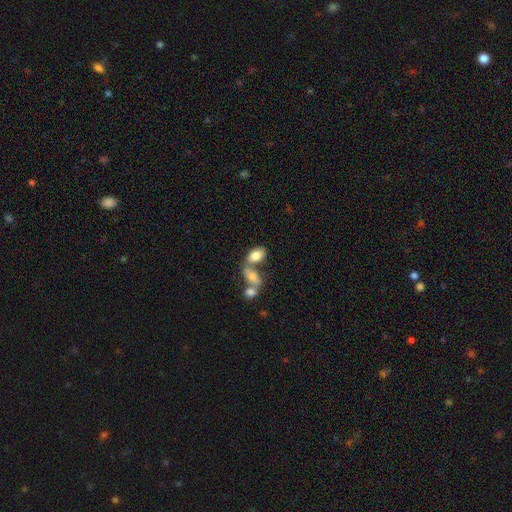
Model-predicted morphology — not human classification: A smooth galaxy with no disk features (78%) that is in between round and cigar-shaped (90%). Merging: merger (45%).